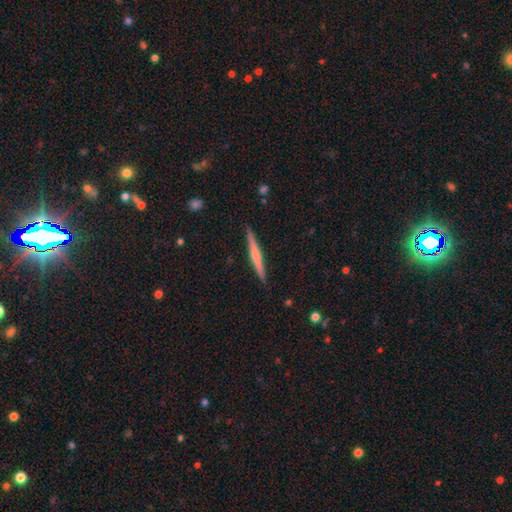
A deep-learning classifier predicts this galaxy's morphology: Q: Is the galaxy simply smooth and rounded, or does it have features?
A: featured or disk — 53%.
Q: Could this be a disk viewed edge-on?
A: yes — 98%.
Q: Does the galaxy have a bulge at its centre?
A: none — 47%.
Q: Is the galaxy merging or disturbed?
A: none — 90%.